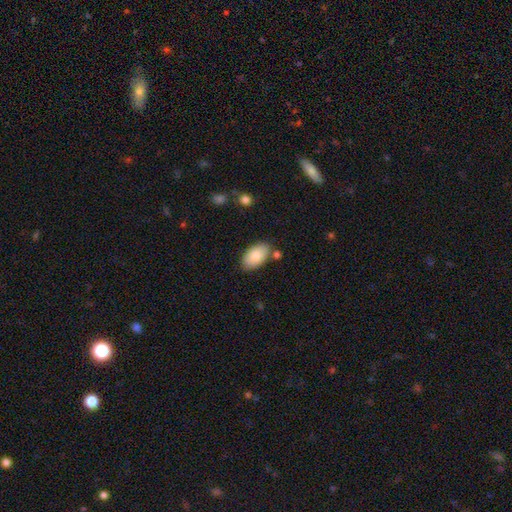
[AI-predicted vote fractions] Smooth or featured?
  - smooth: 83% *
  - featured or disk: 11%
  - star or artifact: 6%
How rounded?
  - in between: 95% *
  - round: 4%
  - cigar-shaped: 2%
Merging?
  - none: 80% *
  - minor disturbance: 13%
  - merger: 5%
  - major disturbance: 3%